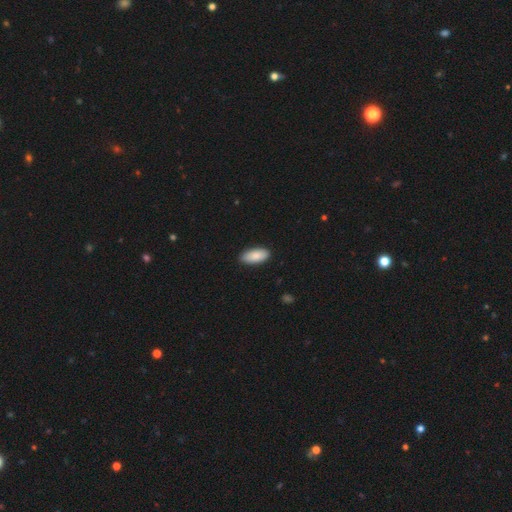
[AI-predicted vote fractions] This appears to be a smooth galaxy with no disk features (87%) that is in between round and cigar-shaped (90%). Merging: none (89%).